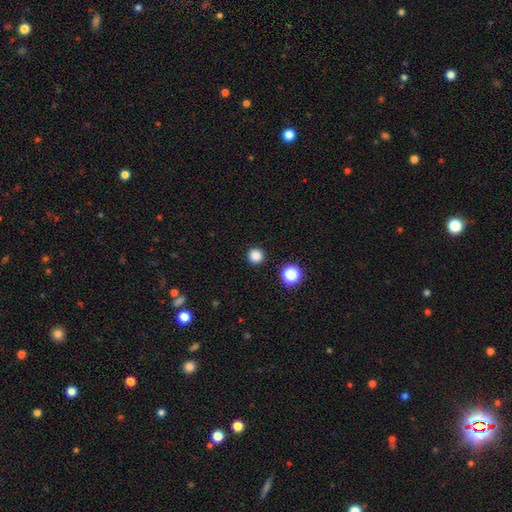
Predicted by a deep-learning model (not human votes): A smooth galaxy with no disk features (84%) that is round (95%).

Vote fractions:
- Smooth or featured? smooth: 84% / star or artifact: 13% / featured or disk: 3%
- How rounded? round: 95% / in between: 4% / cigar-shaped: 1%
- Merging? none: 92% / minor disturbance: 4% / major disturbance: 2% / merger: 1%